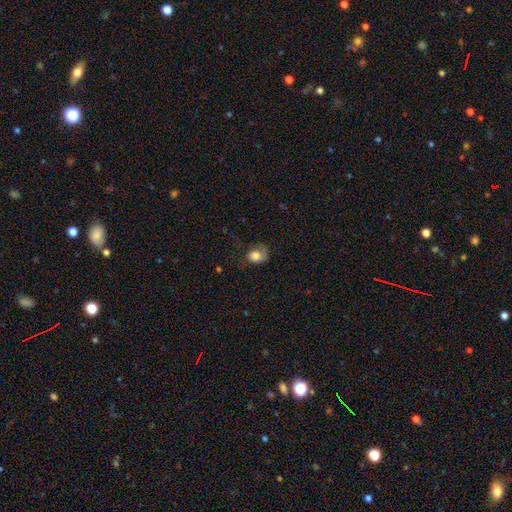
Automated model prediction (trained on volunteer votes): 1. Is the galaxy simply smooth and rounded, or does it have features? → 80% smooth, 11% featured or disk, 9% star or artifact.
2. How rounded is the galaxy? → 52% round, 47% in between, 1% cigar-shaped.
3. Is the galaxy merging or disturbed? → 42% none, 31% minor disturbance, 26% major disturbance, 2% merger.